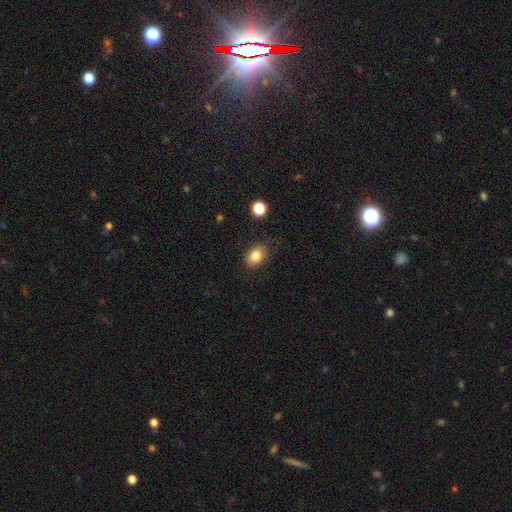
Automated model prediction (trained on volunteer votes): Smooth or featured? smooth (83%)
How rounded? in between (72%)
Merging? none (80%)